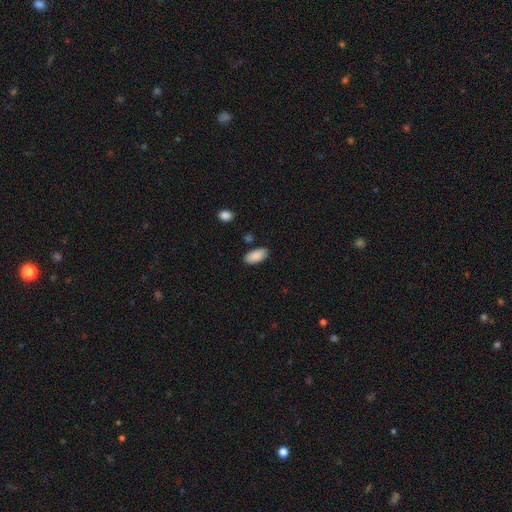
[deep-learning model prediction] Smooth or featured: smooth — 90% (star or artifact — 6%)
How rounded: in between — 93% (cigar-shaped — 5%)
Merging: none — 85% (minor disturbance — 10%)